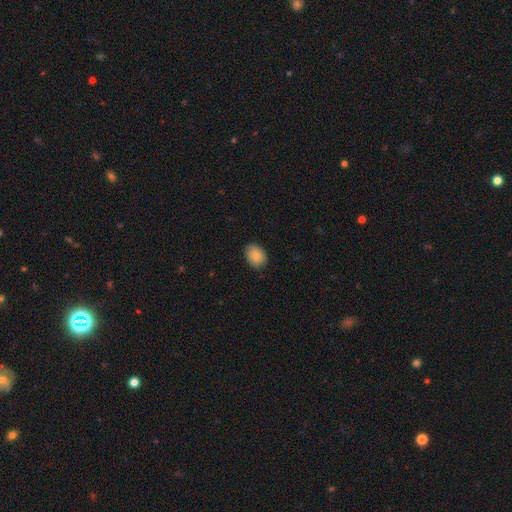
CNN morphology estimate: This is clearly a smooth galaxy (84%). How rounded: likely in between (62%). Merging: clearly none (84%).